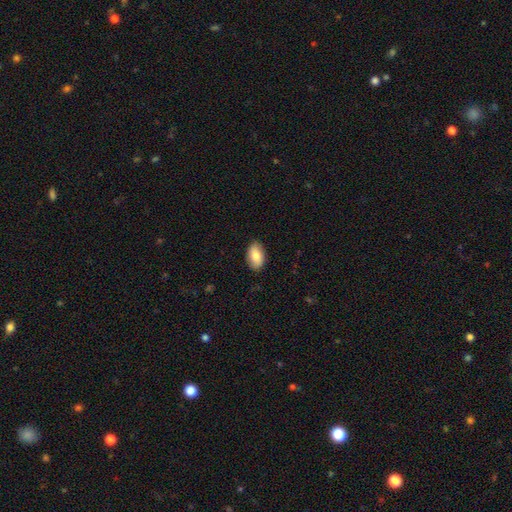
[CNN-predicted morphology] Smooth or featured? Predicted: smooth (p=0.80). How rounded? Predicted: in between (p=0.93). Merging? Predicted: none (p=0.87).